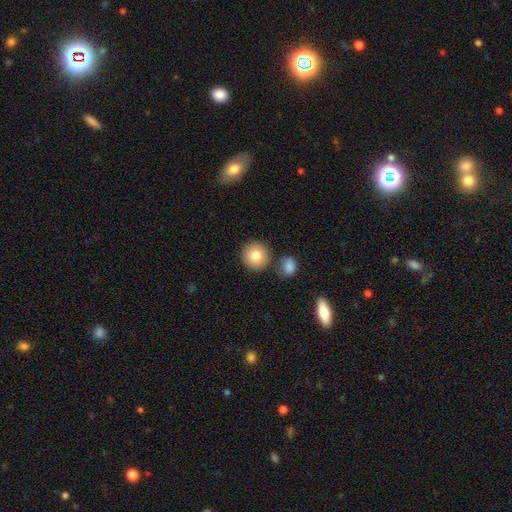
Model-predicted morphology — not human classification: type=smooth (82%); roundness=round (93%); merging=none (79%).